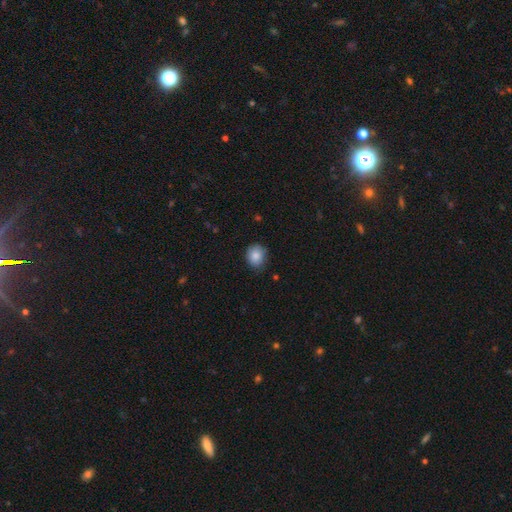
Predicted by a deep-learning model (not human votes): This appears to be a smooth galaxy with no disk features (86%) that is round (73%). Merging: none (78%).